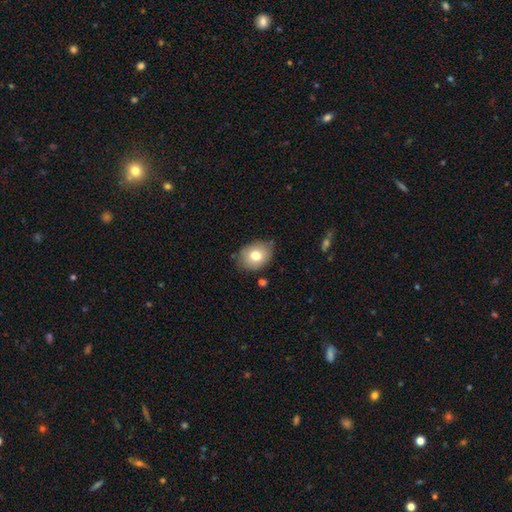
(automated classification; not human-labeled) A smooth galaxy with no disk features (76%) that is in between round and cigar-shaped (58%).

Vote fractions:
- Smooth or featured? smooth: 76% / featured or disk: 15% / star or artifact: 9%
- How rounded? in between: 58% / round: 41% / cigar-shaped: 1%
- Merging? none: 76% / minor disturbance: 18% / major disturbance: 3% / merger: 3%